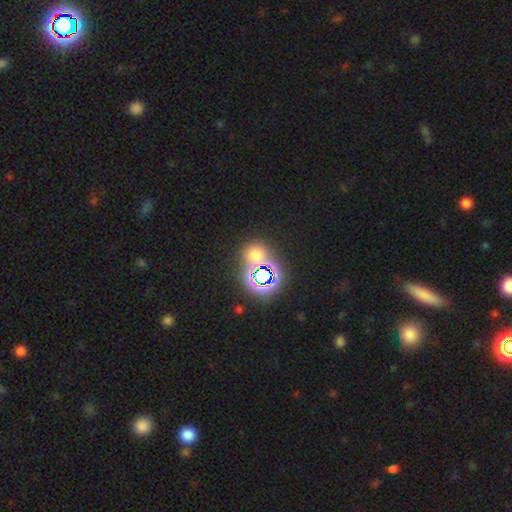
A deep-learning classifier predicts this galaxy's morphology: Overall: smooth (46%, tied with star or artifact). Merging: none (66%).